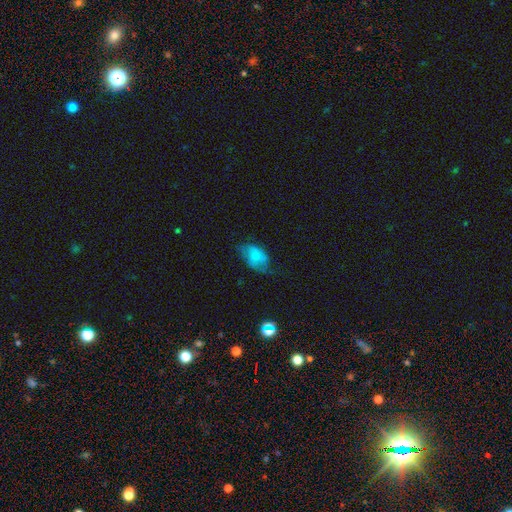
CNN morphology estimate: smooth 61%, featured or disk 30%, star or artifact 8%. Down the decision tree: how rounded — in between (88%); merging — none (50%).